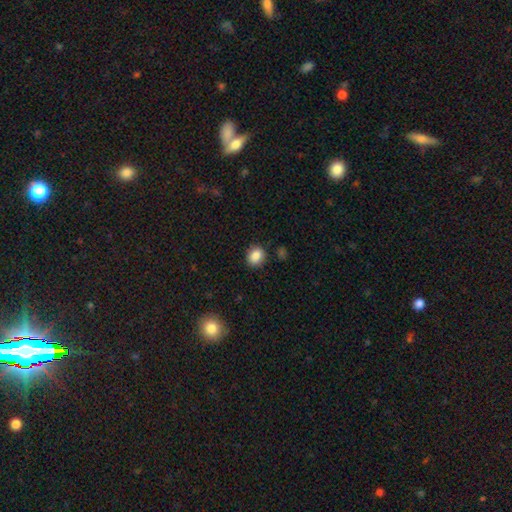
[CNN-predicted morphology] smooth_or_featured: smooth (p=0.86) [alt: star or artifact p=0.09]
how_rounded: round (p=0.68) [alt: in between p=0.31]
merging: none (p=0.87) [alt: minor disturbance p=0.09]